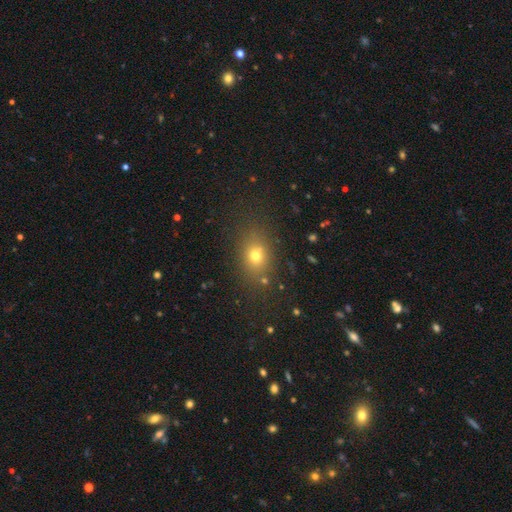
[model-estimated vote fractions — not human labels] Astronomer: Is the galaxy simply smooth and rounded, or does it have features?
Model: smooth — 71%.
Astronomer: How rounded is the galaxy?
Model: in between — 53% (runner-up: round, 45%).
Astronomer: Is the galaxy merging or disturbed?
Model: none — 80%.